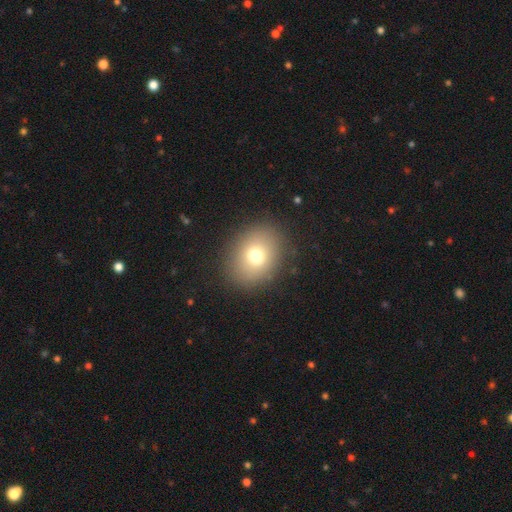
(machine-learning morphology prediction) smooth 74%, star or artifact 13%, featured or disk 13%. Down the decision tree: how rounded — round (56%); merging — none (87%).